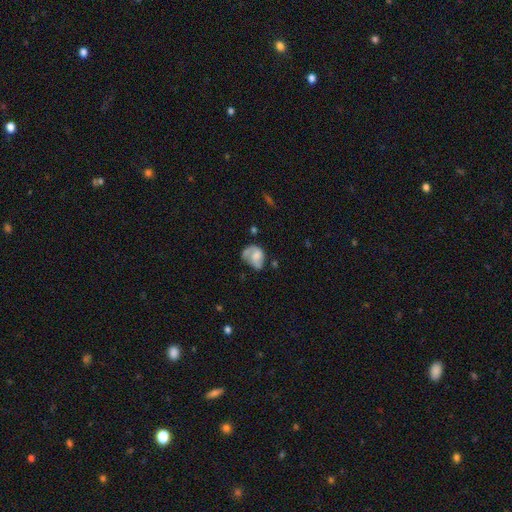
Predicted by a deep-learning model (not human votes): The model was most divided on "merging": none: 34%, major disturbance: 32%, minor disturbance: 26%, merger: 8%. More confident: edge-on disk — no (97%); smooth or featured — featured or disk (51%).